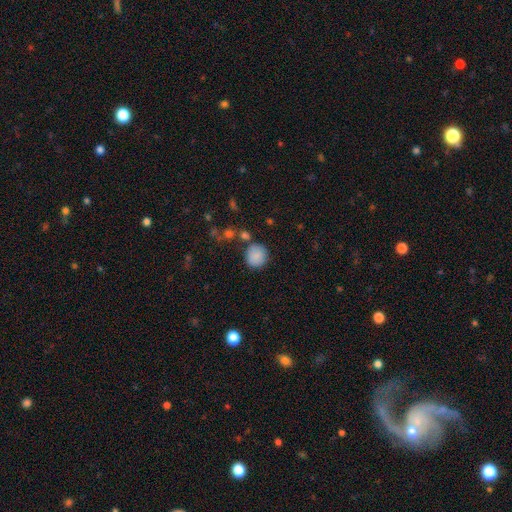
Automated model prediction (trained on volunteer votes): smooth-or-featured: smooth: 87% | star or artifact: 8% | featured or disk: 5%
  how-rounded: round: 88% | in between: 11% | cigar-shaped: 1%
  merging: none: 77% | minor disturbance: 13% | merger: 7% | major disturbance: 4%